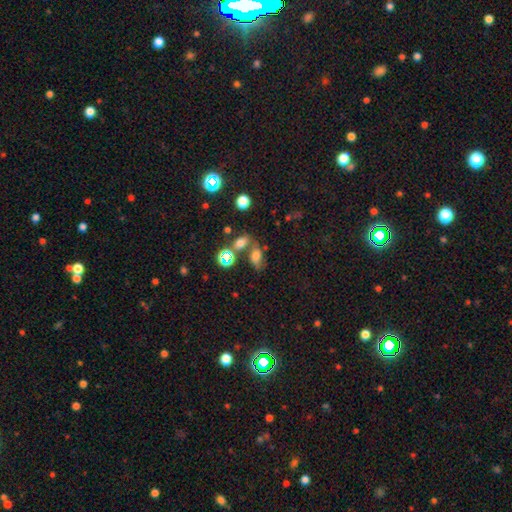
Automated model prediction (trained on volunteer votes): Smooth or featured: smooth — 60% (star or artifact — 21%)
How rounded: in between — 80% (round — 15%)
Merging: none — 45% (merger — 29%)